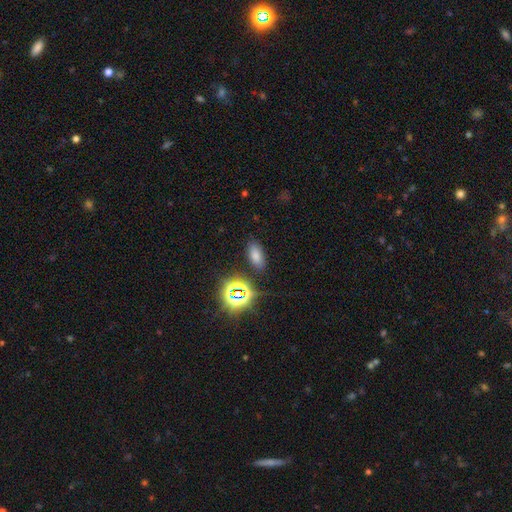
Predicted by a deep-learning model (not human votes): The model was most divided on "smooth or featured": smooth: 67%, star or artifact: 24%, featured or disk: 9%. More confident: how rounded — in between (87%); merging — none (84%).